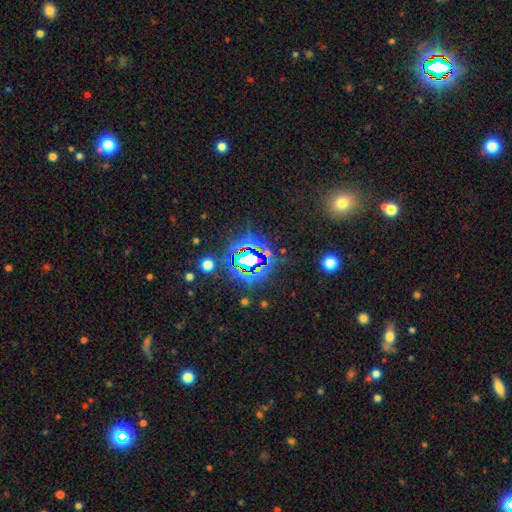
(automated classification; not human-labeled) smooth-or-featured: star or artifact: 75% | smooth: 14% | featured or disk: 10%